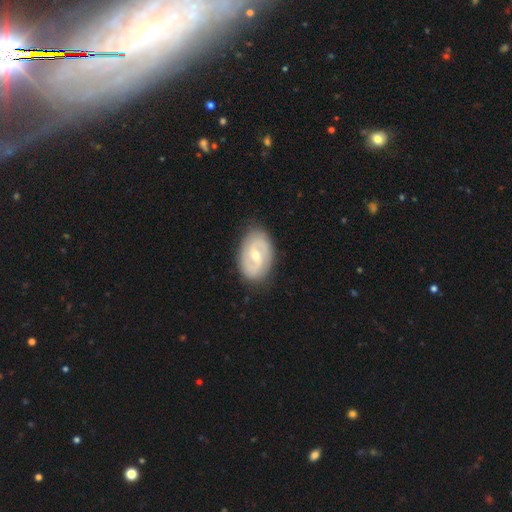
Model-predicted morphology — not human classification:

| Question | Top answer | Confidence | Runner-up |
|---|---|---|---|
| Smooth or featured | featured or disk | 80% | smooth (15%) |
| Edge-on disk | no | 96% | yes (4%) |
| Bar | weak | 51% | no (31%) |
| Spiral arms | yes | 90% | no (10%) |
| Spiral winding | medium | 44% | tight (40%) |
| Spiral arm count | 2 | 87% | can't tell (7%) |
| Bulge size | moderate | 59% | small (37%) |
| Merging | none | 85% | minor disturbance (12%) |